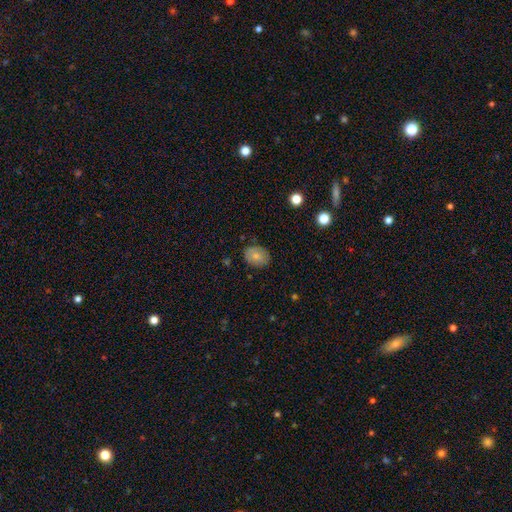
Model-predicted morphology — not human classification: Smooth or featured?
  - smooth: 77% *
  - featured or disk: 15%
  - star or artifact: 8%
How rounded?
  - in between: 72% *
  - round: 27%
  - cigar-shaped: 1%
Merging?
  - none: 83% *
  - minor disturbance: 13%
  - major disturbance: 3%
  - merger: 1%